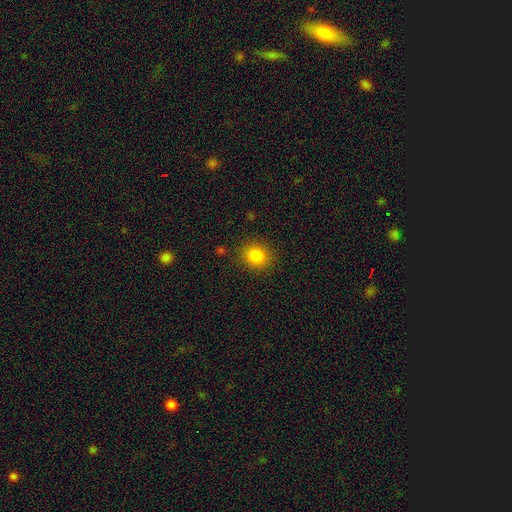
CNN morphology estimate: Smooth or featured?
  - smooth: 84% *
  - star or artifact: 11%
  - featured or disk: 5%
How rounded?
  - round: 77% *
  - in between: 22%
  - cigar-shaped: 1%
Merging?
  - none: 88% *
  - minor disturbance: 8%
  - major disturbance: 3%
  - merger: 1%